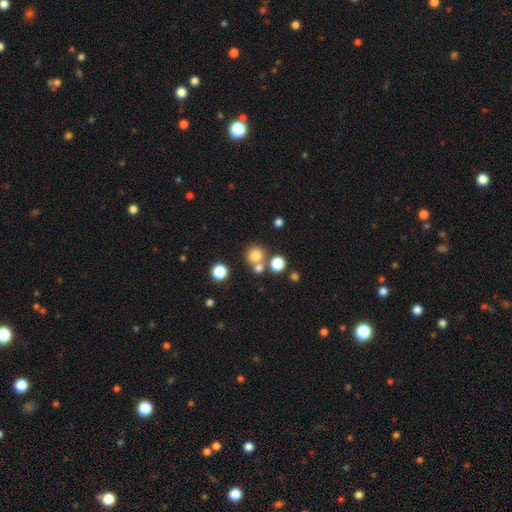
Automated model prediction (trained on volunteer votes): A smooth galaxy with no disk features (77%) that is round (90%). Merging: none (63%).